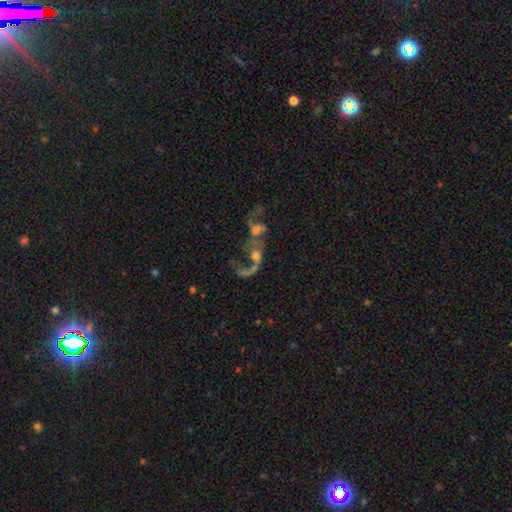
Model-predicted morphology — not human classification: This appears to be a featured or disk galaxy (60%) with no bar (74%), spiral arms (52%) and a moderate central bulge (35%). Merging: merger (69%).